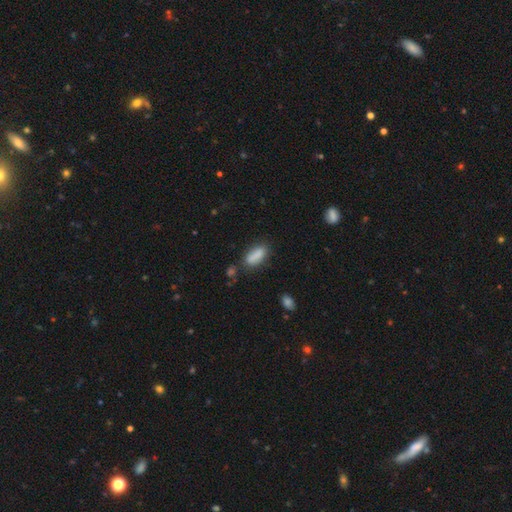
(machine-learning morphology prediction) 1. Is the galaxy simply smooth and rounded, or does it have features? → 85% smooth, 8% star or artifact, 7% featured or disk.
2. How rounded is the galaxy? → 73% in between, 25% cigar-shaped, 3% round.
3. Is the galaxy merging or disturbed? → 69% none, 18% minor disturbance, 7% merger, 5% major disturbance.